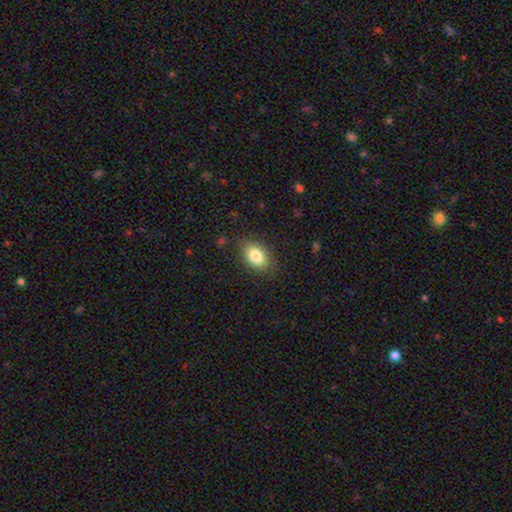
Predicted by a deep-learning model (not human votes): Morphology: type=smooth (82%); roundness=in between (88%); merging=none (82%).